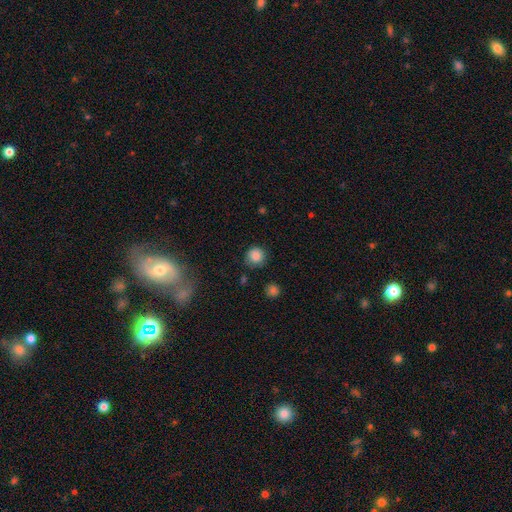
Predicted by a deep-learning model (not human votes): A smooth galaxy with no disk features (85%) that is round (93%).

Vote fractions:
- Smooth or featured? smooth: 85% / star or artifact: 10% / featured or disk: 5%
- How rounded? round: 93% / in between: 6% / cigar-shaped: 1%
- Merging? none: 83% / minor disturbance: 11% / major disturbance: 3% / merger: 2%